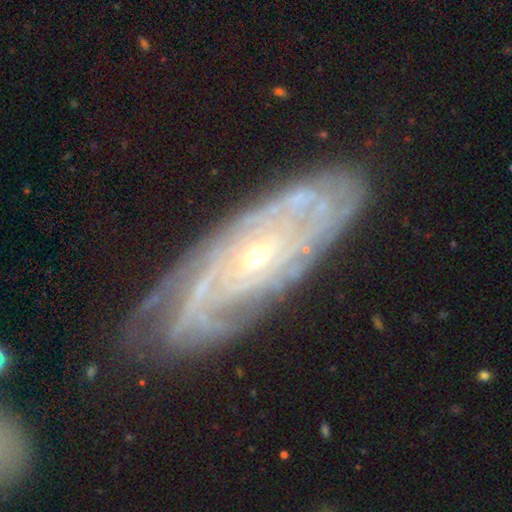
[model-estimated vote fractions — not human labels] Morphology: type=featured or disk (87%); edge-on=no (89%); bar=no (72%); spiral arms=yes (95%); winding=tight (76%); arm count=can't tell (40%); bulge=small (74%); merging=none (71%).